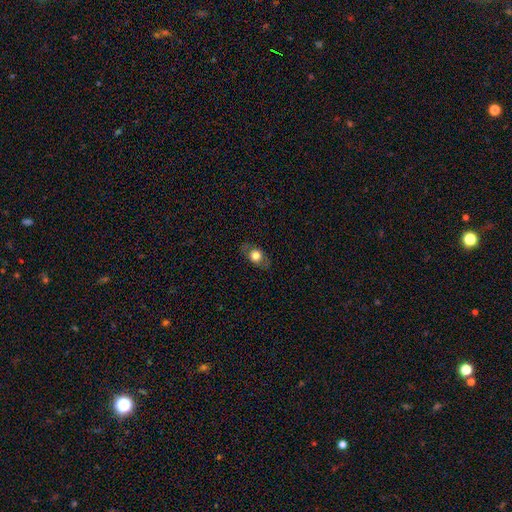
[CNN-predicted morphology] This is likely a smooth galaxy (65%). How rounded: likely in between (61%). Merging: likely none (80%).